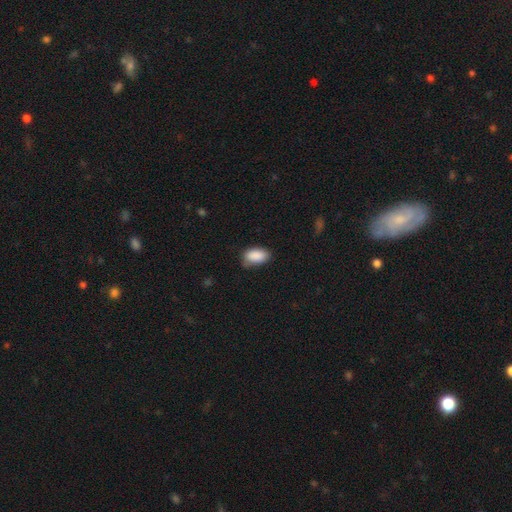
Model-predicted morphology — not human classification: This is clearly a smooth galaxy (90%). How rounded: clearly in between (94%). Merging: likely none (74%).